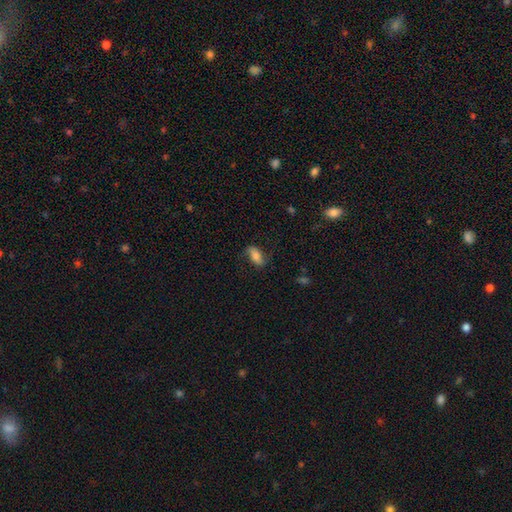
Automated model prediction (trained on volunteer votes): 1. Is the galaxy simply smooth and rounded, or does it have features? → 58% smooth, 33% featured or disk, 8% star or artifact.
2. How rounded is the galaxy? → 86% in between, 8% cigar-shaped, 5% round.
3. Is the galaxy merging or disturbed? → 73% none, 19% minor disturbance, 7% major disturbance, 1% merger.